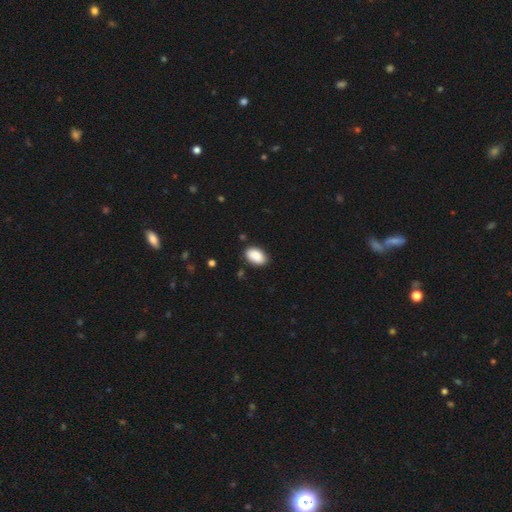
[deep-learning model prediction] Q: Smooth or featured?
A: smooth (89%); runner-up: star or artifact (7%)
Q: How rounded?
A: in between (93%); runner-up: round (6%)
Q: Merging?
A: none (84%); runner-up: minor disturbance (12%)